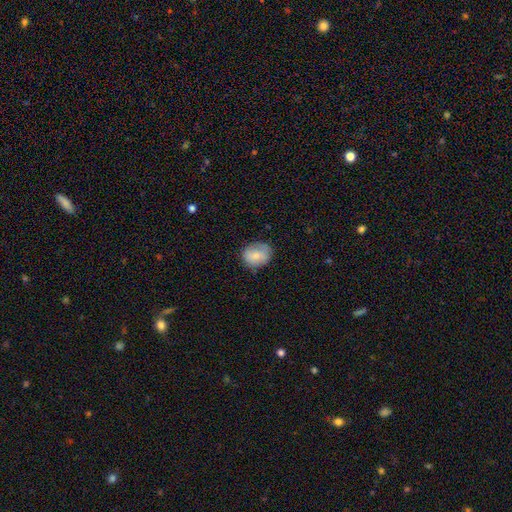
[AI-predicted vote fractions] smooth_or_featured: smooth (p=0.76) [alt: featured or disk p=0.17]
how_rounded: round (p=0.55) [alt: in between p=0.44]
merging: none (p=0.71) [alt: minor disturbance p=0.22]